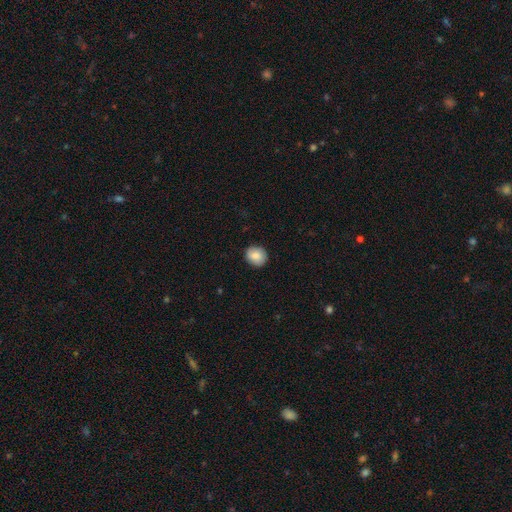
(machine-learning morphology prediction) Overall: smooth (83%). How rounded: round (75%). Merging: none (88%).